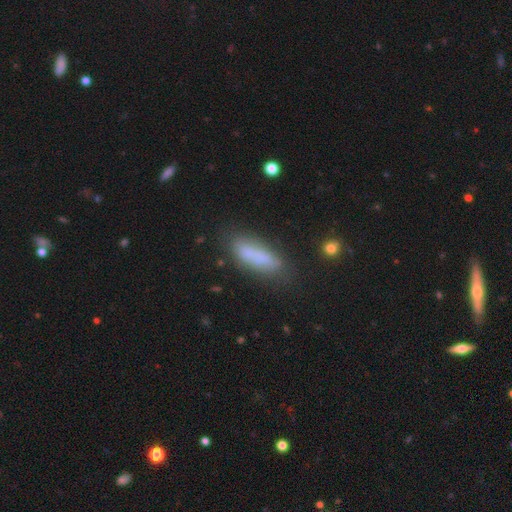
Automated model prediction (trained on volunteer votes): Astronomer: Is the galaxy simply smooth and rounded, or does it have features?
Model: smooth — 72%.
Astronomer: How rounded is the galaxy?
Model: cigar-shaped — 52% (runner-up: in between, 46%).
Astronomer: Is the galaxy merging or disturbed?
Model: none — 65%.